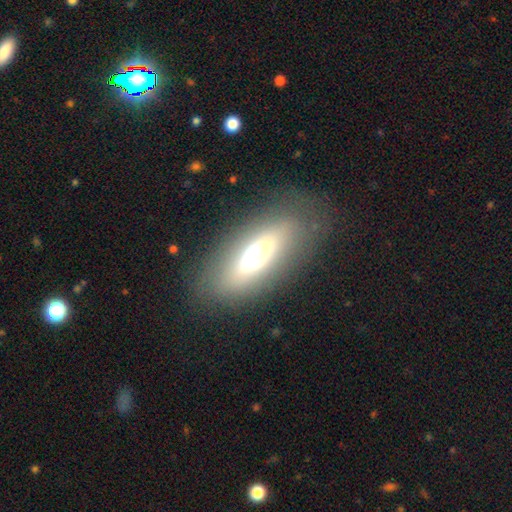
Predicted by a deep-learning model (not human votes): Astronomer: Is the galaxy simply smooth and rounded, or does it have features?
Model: smooth — 50% (runner-up: featured or disk, 35%).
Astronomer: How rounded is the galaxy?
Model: in between — 73%.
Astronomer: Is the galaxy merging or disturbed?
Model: none — 79%.